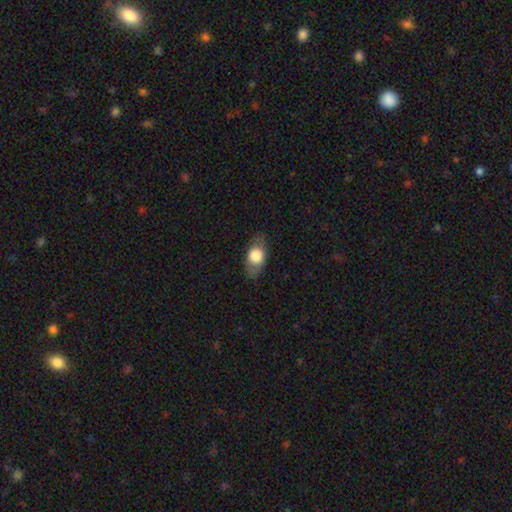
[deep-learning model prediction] smooth_or_featured: smooth (p=0.67) [alt: featured or disk p=0.26]
how_rounded: in between (p=0.82) [alt: round p=0.13]
merging: none (p=0.80) [alt: minor disturbance p=0.15]